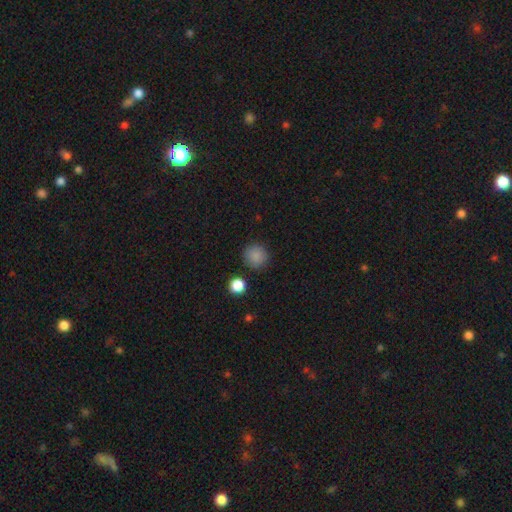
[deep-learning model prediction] A smooth galaxy with no disk features (86%) that is round (93%).

Vote fractions:
- Smooth or featured? smooth: 86% / star or artifact: 10% / featured or disk: 4%
- How rounded? round: 93% / in between: 6% / cigar-shaped: 1%
- Merging? none: 88% / minor disturbance: 8% / major disturbance: 2% / merger: 2%